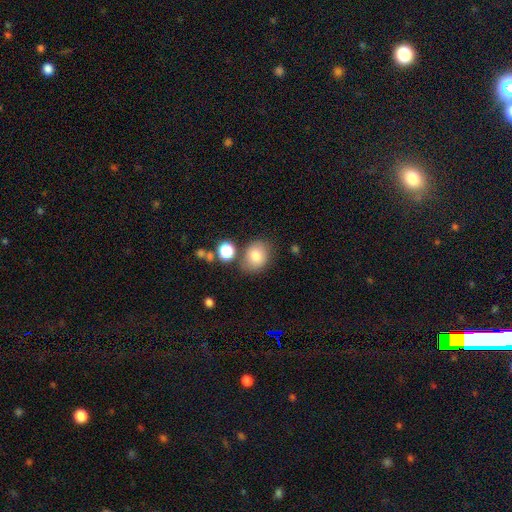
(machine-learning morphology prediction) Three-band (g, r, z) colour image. It shows a smooth galaxy with no disk features (78%) that is in between round and cigar-shaped (50%). Merging: none (71%).